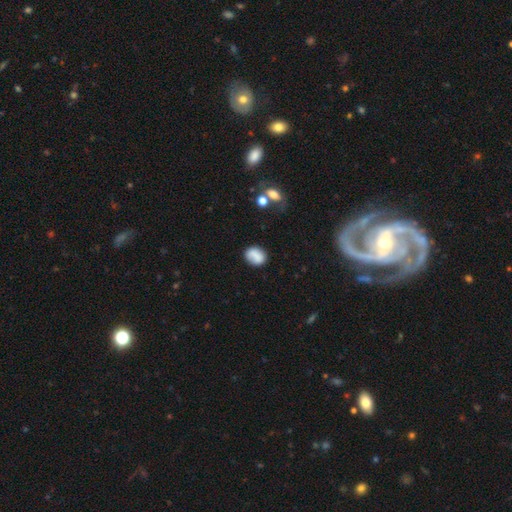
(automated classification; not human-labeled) Overall: smooth (77%). How rounded: round (52%; in between 47%). Merging: none (65%).